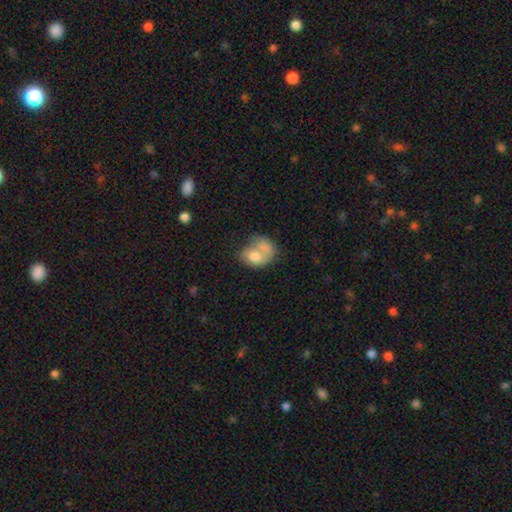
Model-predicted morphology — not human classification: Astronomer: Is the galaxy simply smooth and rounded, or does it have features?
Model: smooth — 69%.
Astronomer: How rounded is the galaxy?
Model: in between — 65%.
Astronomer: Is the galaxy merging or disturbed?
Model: merger — 58%.